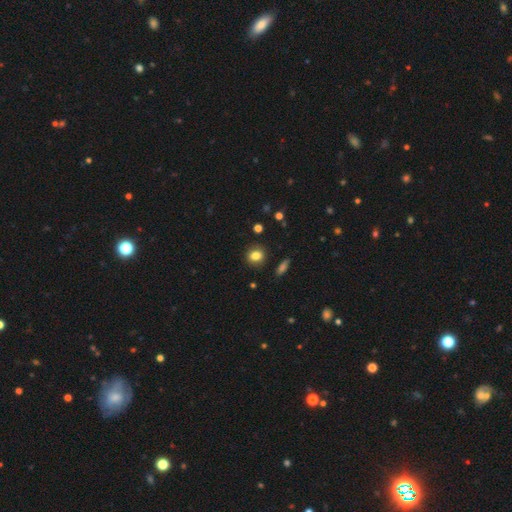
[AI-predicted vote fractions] Morphology: type=smooth (82%); roundness=round (69%); merging=none (86%).